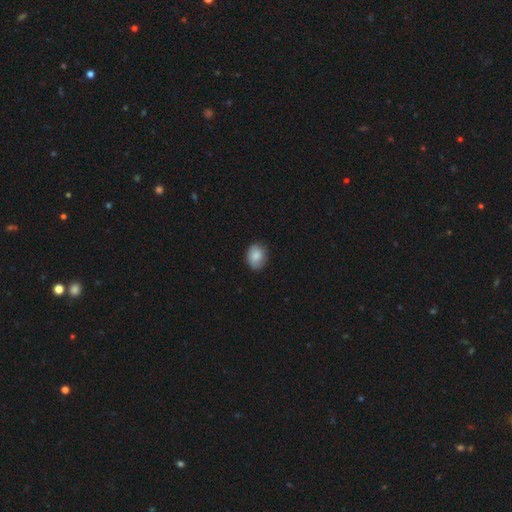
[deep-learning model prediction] The model was most divided on "how rounded": in between: 58%, round: 41%, cigar-shaped: 1%. More confident: smooth or featured — smooth (84%); merging — none (81%).